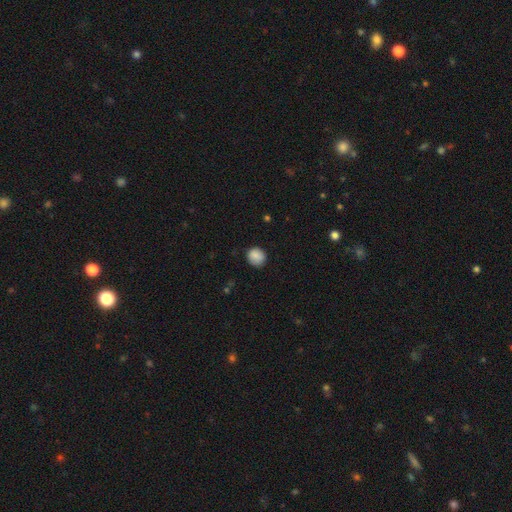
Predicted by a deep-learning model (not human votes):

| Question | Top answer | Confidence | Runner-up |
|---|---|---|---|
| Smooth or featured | smooth | 87% | star or artifact (8%) |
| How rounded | round | 79% | in between (20%) |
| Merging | none | 81% | minor disturbance (15%) |